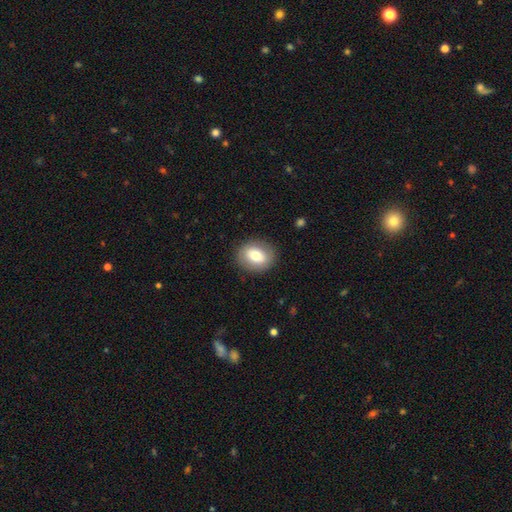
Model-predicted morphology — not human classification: Smooth or featured? smooth (73%)
How rounded? in between (50%)
Merging? none (87%)